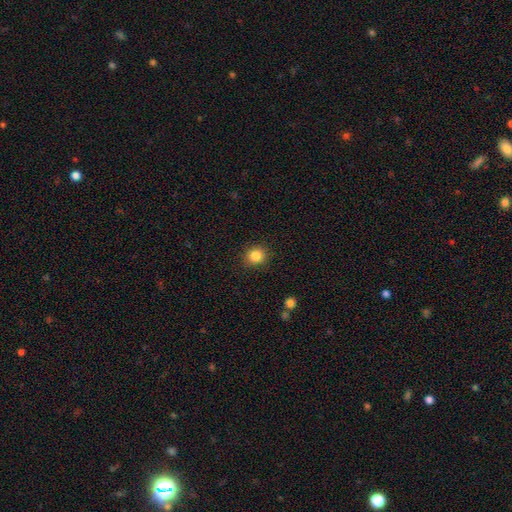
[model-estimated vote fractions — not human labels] Overall: smooth (84%). How rounded: round (83%). Merging: none (89%).